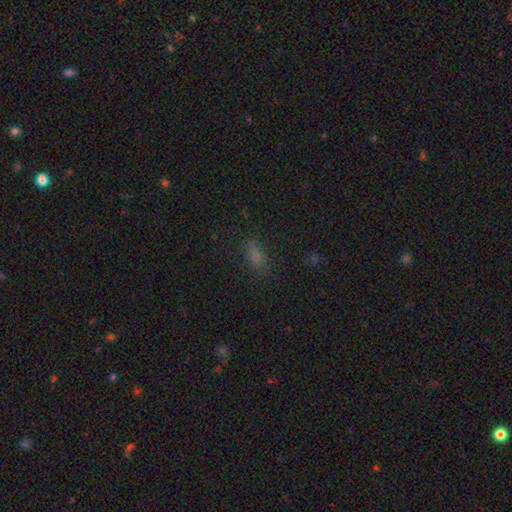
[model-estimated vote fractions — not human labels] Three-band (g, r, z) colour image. It shows a smooth galaxy with no disk features (75%) that is in between round and cigar-shaped (80%). Merging: none (80%).